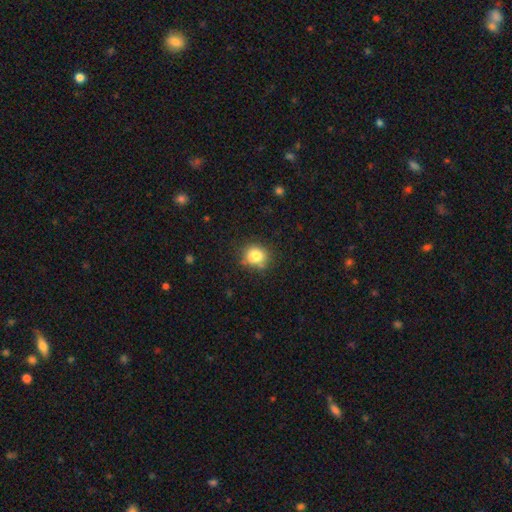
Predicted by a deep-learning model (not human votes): Smooth or featured: smooth — 81% (star or artifact — 11%)
How rounded: round — 79% (in between — 20%)
Merging: none — 74% (minor disturbance — 18%)